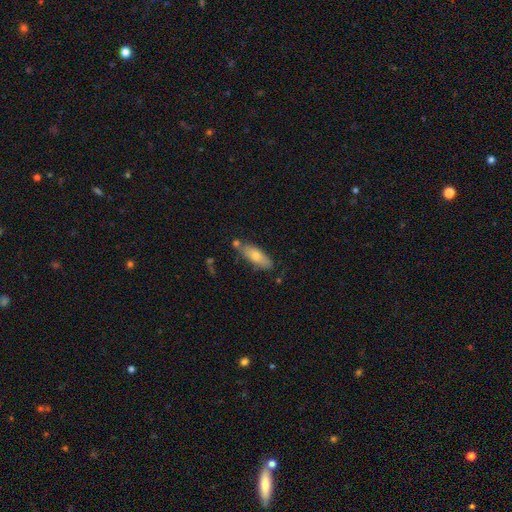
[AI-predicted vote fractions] Q: Smooth or featured?
A: smooth (68%); runner-up: featured or disk (26%)
Q: How rounded?
A: in between (63%); runner-up: cigar-shaped (35%)
Q: Merging?
A: none (68%); runner-up: minor disturbance (18%)